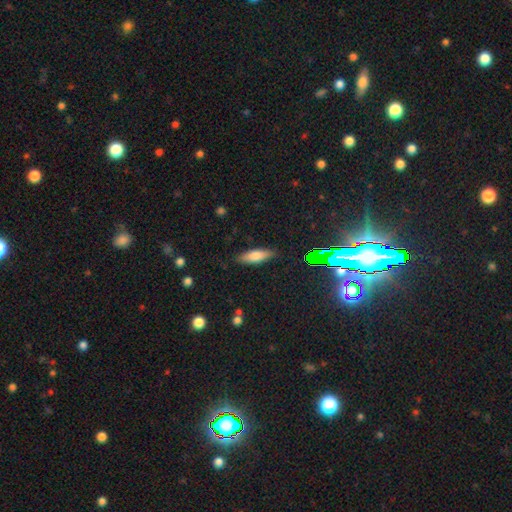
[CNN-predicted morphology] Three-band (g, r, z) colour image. It shows a smooth galaxy with no disk features (73%) that is in between round and cigar-shaped (54%). Merging: none (85%).